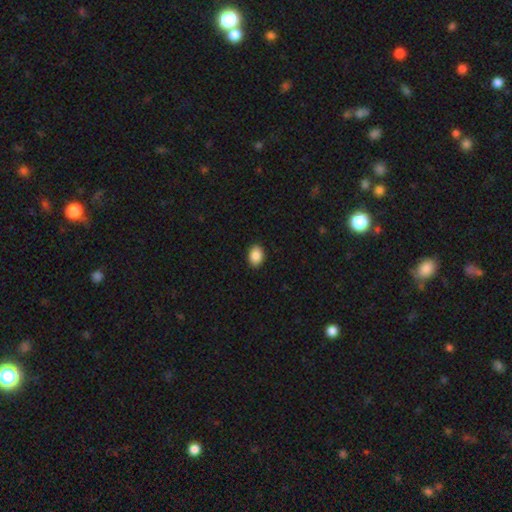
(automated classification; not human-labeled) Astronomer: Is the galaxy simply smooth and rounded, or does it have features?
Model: smooth — 89%.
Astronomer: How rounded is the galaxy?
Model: in between — 73%.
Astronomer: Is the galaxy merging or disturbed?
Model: none — 91%.